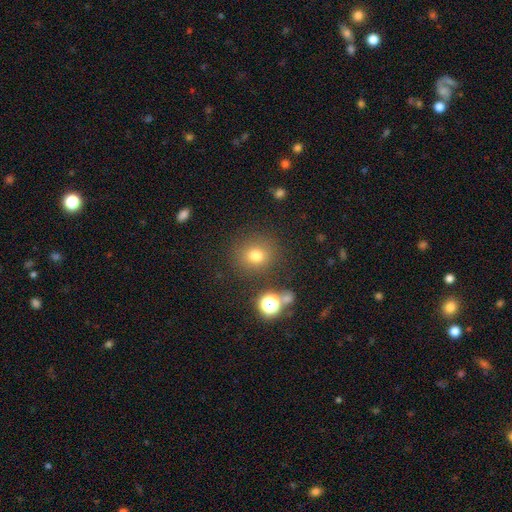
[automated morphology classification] This appears to be a smooth galaxy with no disk features (74%) that is round (83%). Merging: none (82%).